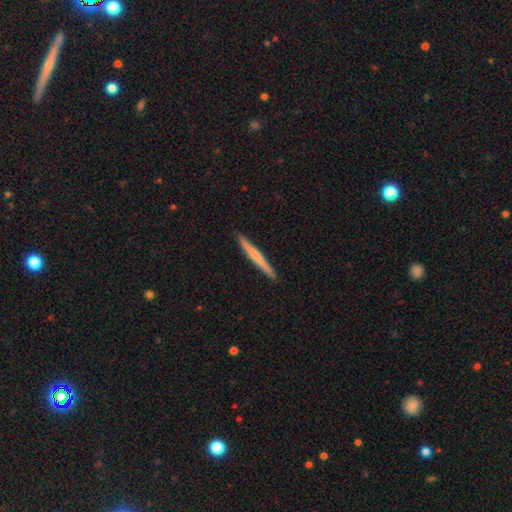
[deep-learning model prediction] smooth_or_featured: smooth (p=0.51) [alt: featured or disk p=0.44]
how_rounded: cigar-shaped (p=0.97) [alt: in between p=0.02]
merging: none (p=0.92) [alt: minor disturbance p=0.06]